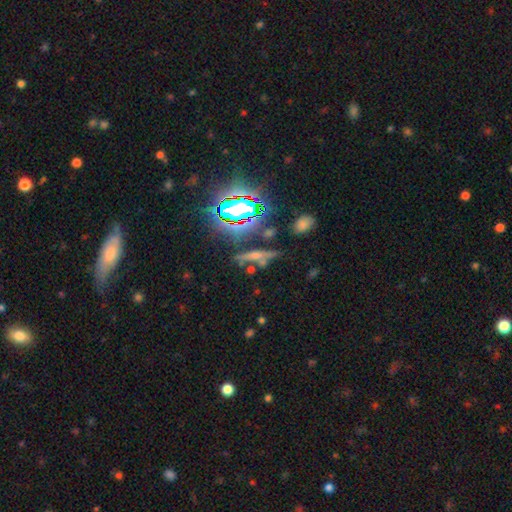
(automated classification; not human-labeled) This appears to be a smooth galaxy with no disk features (38%). Merging: none (67%).